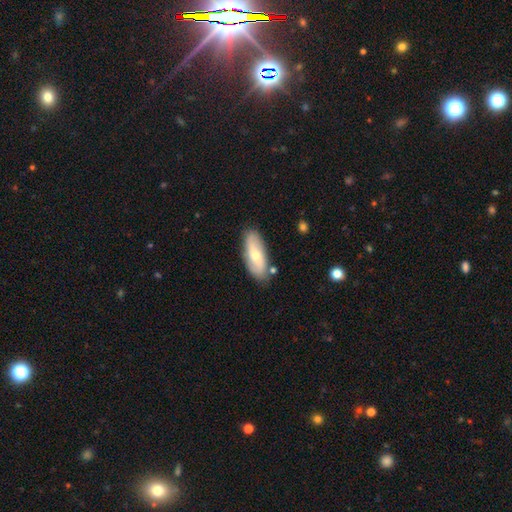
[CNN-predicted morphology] This is possibly a smooth galaxy (51%). How rounded: likely in between (77%). Merging: clearly none (81%).